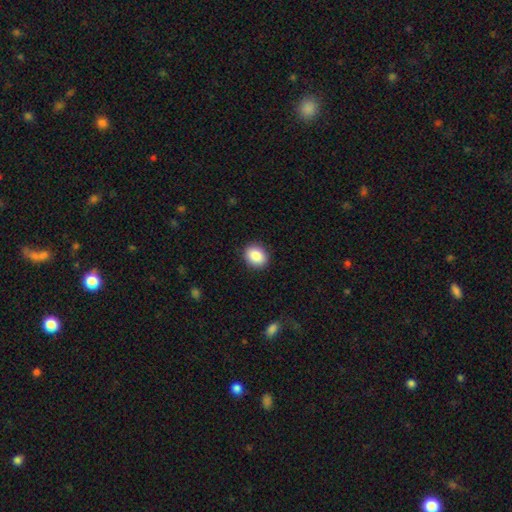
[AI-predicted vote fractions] This is clearly a smooth galaxy (87%). How rounded: possibly round (52%). Merging: clearly none (89%).